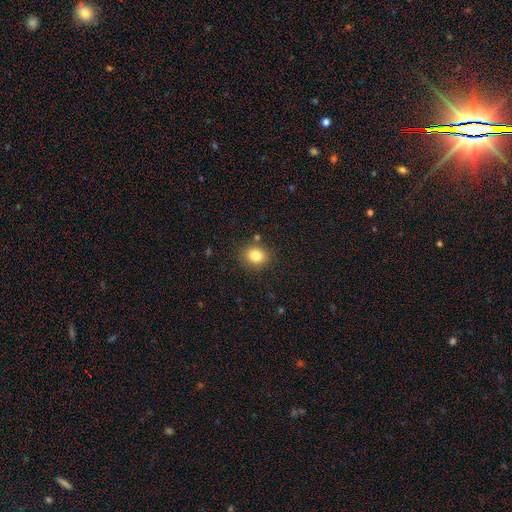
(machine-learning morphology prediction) Smooth or featured?
  - smooth: 82% *
  - star or artifact: 11%
  - featured or disk: 7%
How rounded?
  - round: 70% *
  - in between: 29%
  - cigar-shaped: 1%
Merging?
  - none: 86% *
  - minor disturbance: 9%
  - merger: 3%
  - major disturbance: 3%